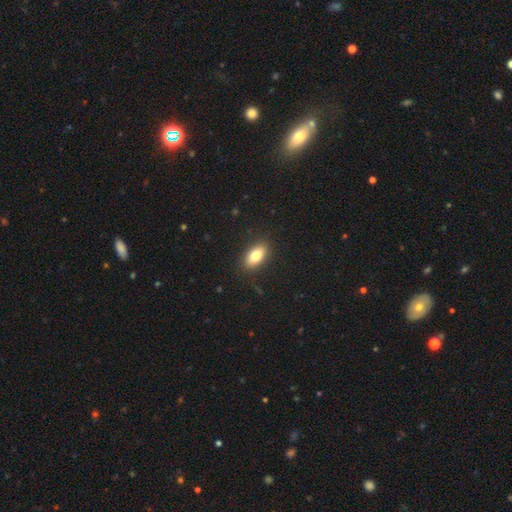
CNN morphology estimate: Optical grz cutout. It shows a smooth galaxy with no disk features (78%) that is in between round and cigar-shaped (88%). Merging: none (88%).